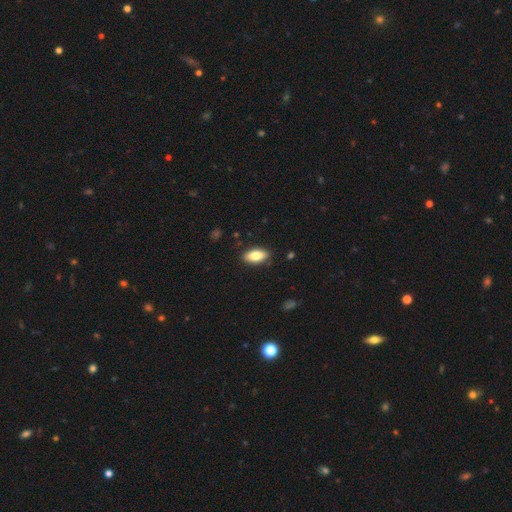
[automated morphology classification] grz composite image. It shows a smooth galaxy with no disk features (81%) that is in between round and cigar-shaped (89%). Merging: none (87%).